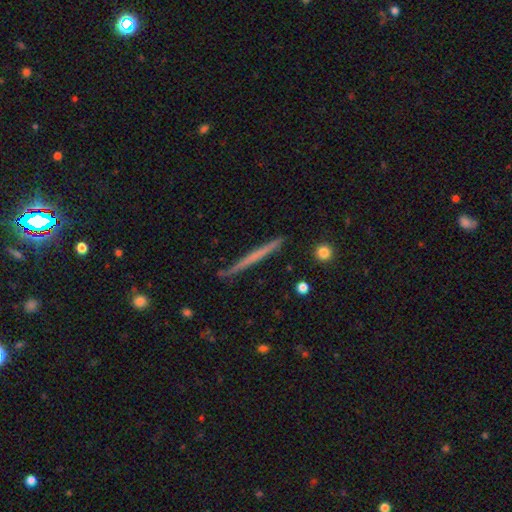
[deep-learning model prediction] Smooth or featured? Predicted: featured or disk (p=0.49). Merging? Predicted: none (p=0.90).